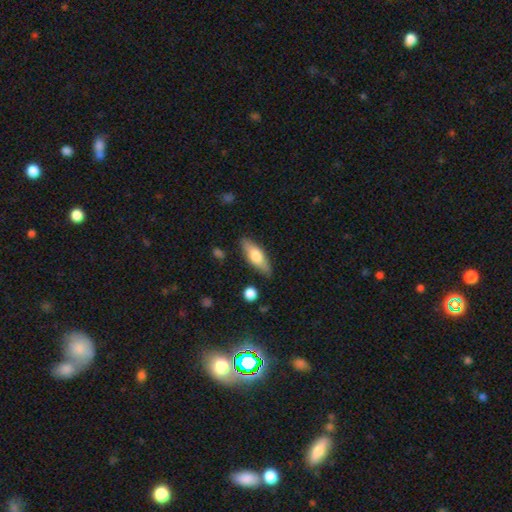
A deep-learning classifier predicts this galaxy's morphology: A smooth galaxy with no disk features (60%) that is in between round and cigar-shaped (57%). Merging: none (84%).